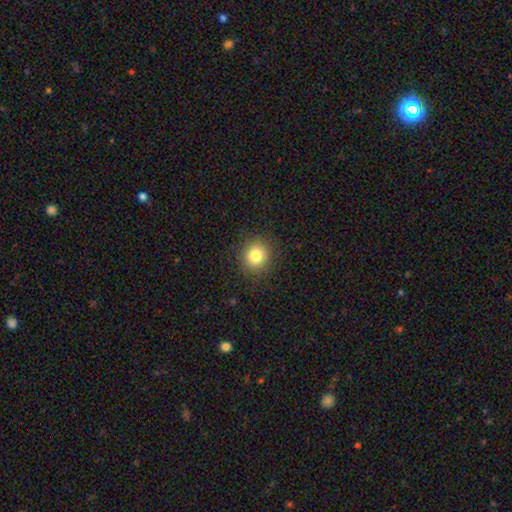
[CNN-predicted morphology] Smooth or featured?
  - smooth: 81% *
  - star or artifact: 12%
  - featured or disk: 7%
How rounded?
  - round: 91% *
  - in between: 9%
  - cigar-shaped: 1%
Merging?
  - none: 90% *
  - minor disturbance: 7%
  - major disturbance: 3%
  - merger: 1%